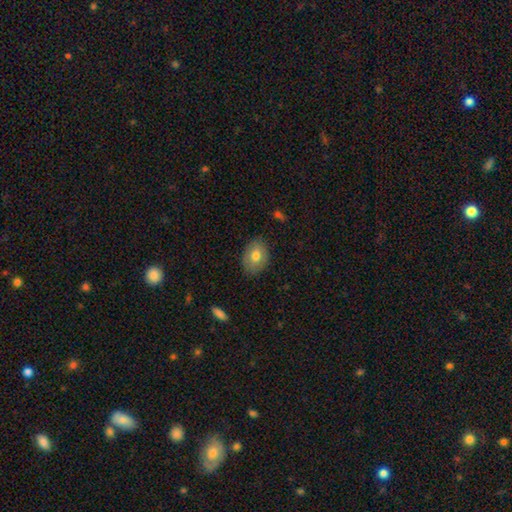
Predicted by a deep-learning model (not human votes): Smooth or featured? Predicted: smooth (p=0.75). How rounded? Predicted: in between (p=0.71). Merging? Predicted: none (p=0.84).